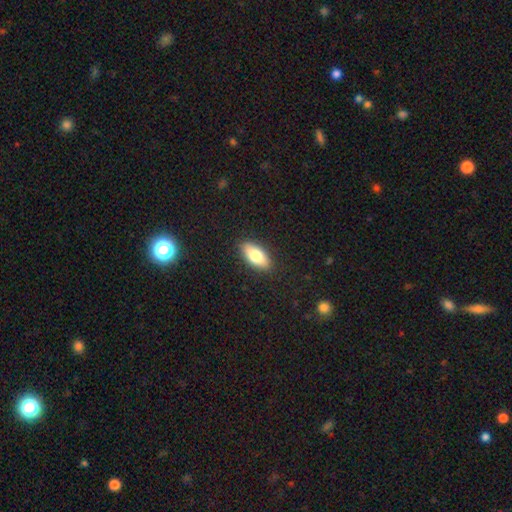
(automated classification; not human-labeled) Overall: smooth (76%). How rounded: in between (88%). Merging: none (89%).